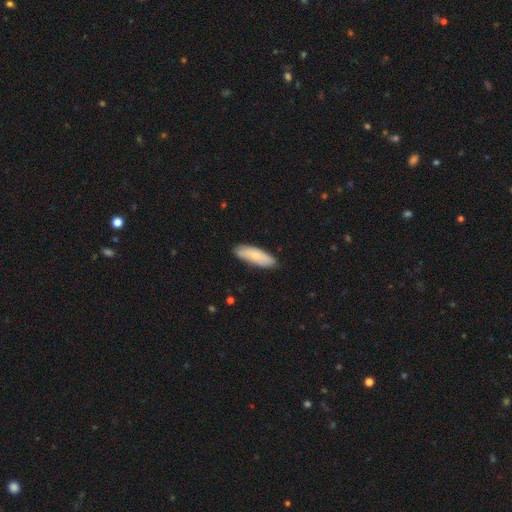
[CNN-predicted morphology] Smooth or featured?
  - smooth: 73% *
  - featured or disk: 22%
  - star or artifact: 6%
How rounded?
  - in between: 56% *
  - cigar-shaped: 42%
  - round: 2%
Merging?
  - none: 82% *
  - minor disturbance: 14%
  - major disturbance: 2%
  - merger: 1%